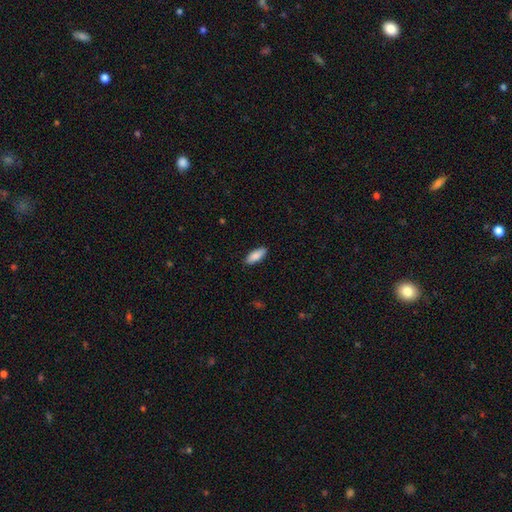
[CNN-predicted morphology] Smooth or featured? Predicted: smooth (p=0.89). How rounded? Predicted: in between (p=0.77). Merging? Predicted: none (p=0.89).